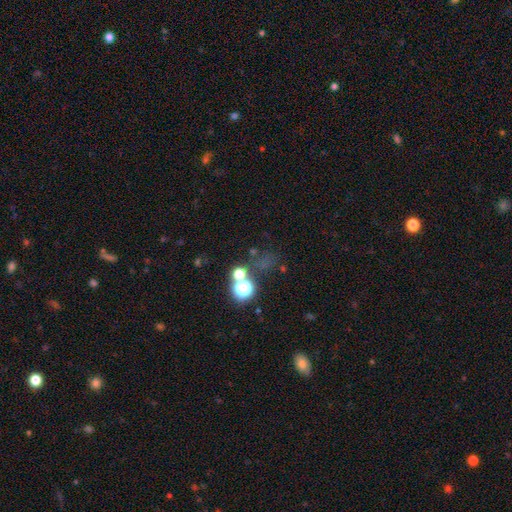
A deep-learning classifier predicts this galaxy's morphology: Overall: star or artifact (60%; smooth 30%).